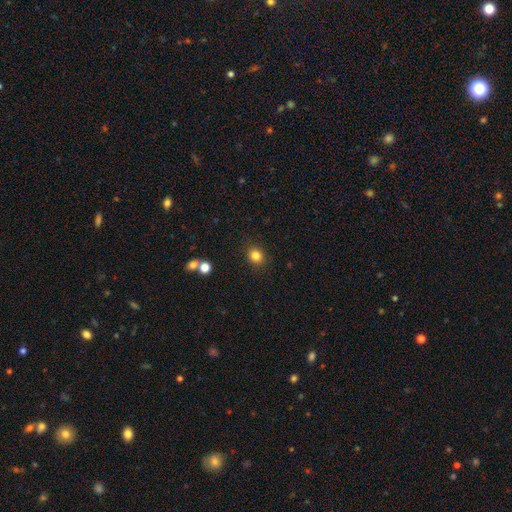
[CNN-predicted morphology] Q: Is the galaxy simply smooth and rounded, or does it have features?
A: smooth — 83%.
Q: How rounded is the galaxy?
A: round — 73%.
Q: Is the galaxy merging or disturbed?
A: none — 87%.